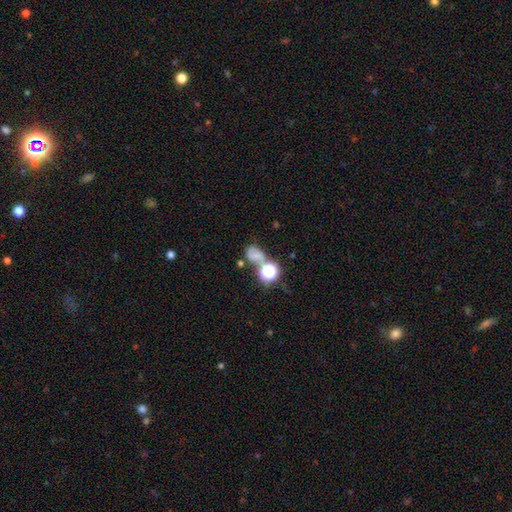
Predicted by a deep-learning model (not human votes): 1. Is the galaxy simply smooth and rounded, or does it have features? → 53% smooth, 26% star or artifact, 21% featured or disk.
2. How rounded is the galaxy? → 50% in between, 48% round, 2% cigar-shaped.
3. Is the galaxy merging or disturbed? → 39% none, 32% merger, 17% minor disturbance, 12% major disturbance.